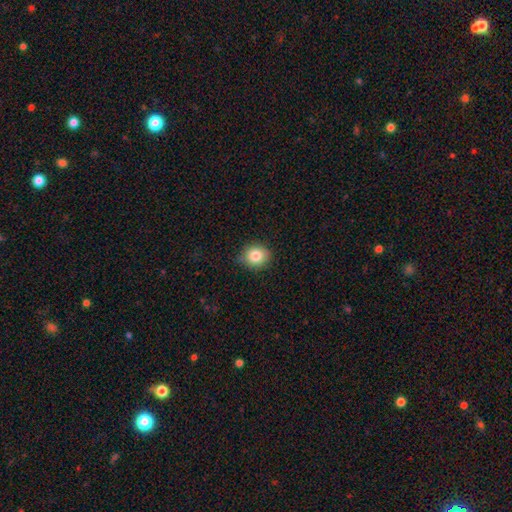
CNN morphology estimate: smooth-or-featured: smooth: 83% | star or artifact: 10% | featured or disk: 7%
  how-rounded: round: 78% | in between: 21% | cigar-shaped: 1%
  merging: none: 81% | minor disturbance: 16% | major disturbance: 3% | merger: 1%